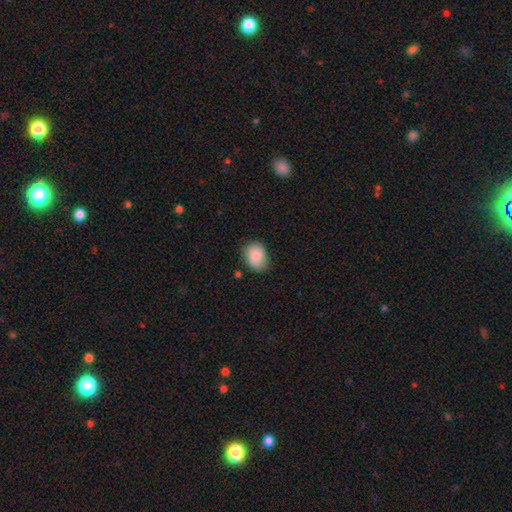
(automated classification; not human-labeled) Smooth or featured: smooth — 83% (featured or disk — 9%)
How rounded: in between — 62% (round — 37%)
Merging: none — 70% (minor disturbance — 24%)